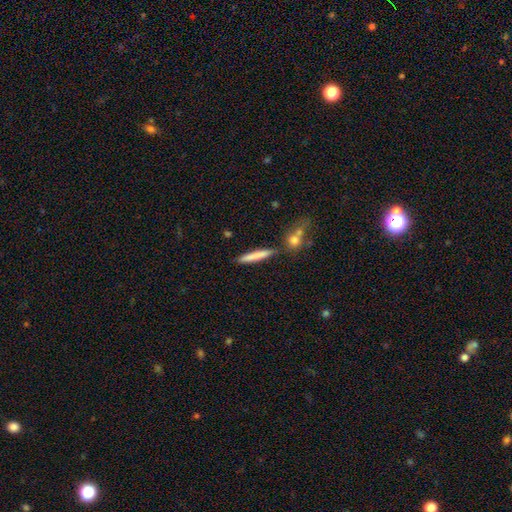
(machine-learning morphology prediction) Overall: smooth (76%). How rounded: cigar-shaped (93%). Merging: none (80%).